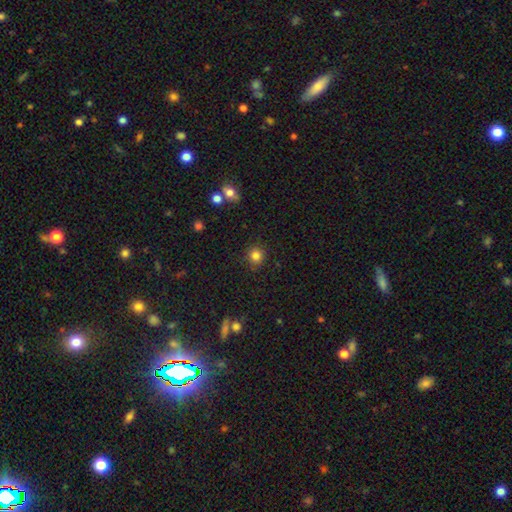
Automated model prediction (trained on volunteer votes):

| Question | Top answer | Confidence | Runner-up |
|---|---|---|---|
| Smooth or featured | smooth | 83% | star or artifact (12%) |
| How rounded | round | 91% | in between (8%) |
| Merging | none | 88% | minor disturbance (8%) |